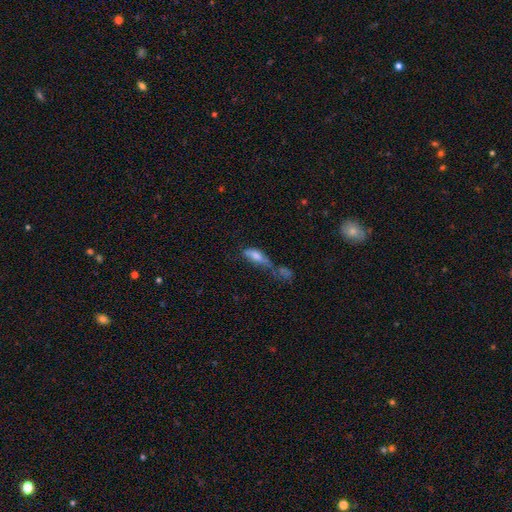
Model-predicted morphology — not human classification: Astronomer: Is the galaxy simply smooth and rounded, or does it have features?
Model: smooth — 66%.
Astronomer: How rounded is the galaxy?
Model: in between — 62%.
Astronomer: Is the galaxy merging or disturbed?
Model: merger — 41% (runner-up: none, 21%).